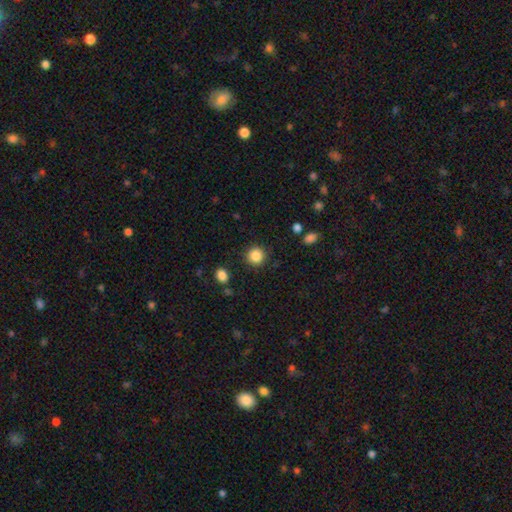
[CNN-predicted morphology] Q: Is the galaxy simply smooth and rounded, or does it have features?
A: smooth — 86%.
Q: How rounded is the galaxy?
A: round — 93%.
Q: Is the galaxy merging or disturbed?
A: none — 89%.